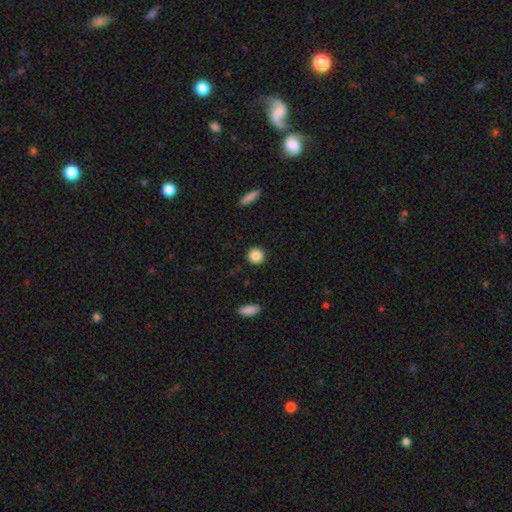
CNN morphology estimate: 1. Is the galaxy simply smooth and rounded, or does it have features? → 88% smooth, 9% star or artifact, 4% featured or disk.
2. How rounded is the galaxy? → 91% round, 8% in between, 1% cigar-shaped.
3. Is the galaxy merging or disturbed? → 91% none, 5% minor disturbance, 2% major disturbance, 1% merger.